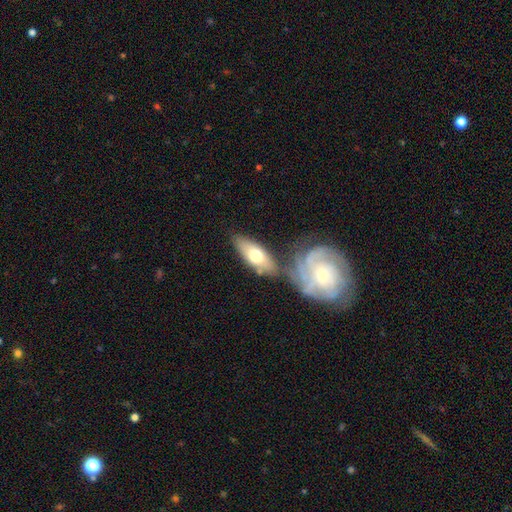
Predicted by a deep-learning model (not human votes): smooth_or_featured: smooth (p=0.58) [alt: featured or disk p=0.36]
how_rounded: in between (p=0.77) [alt: cigar-shaped p=0.20]
merging: none (p=0.57) [alt: merger p=0.22]